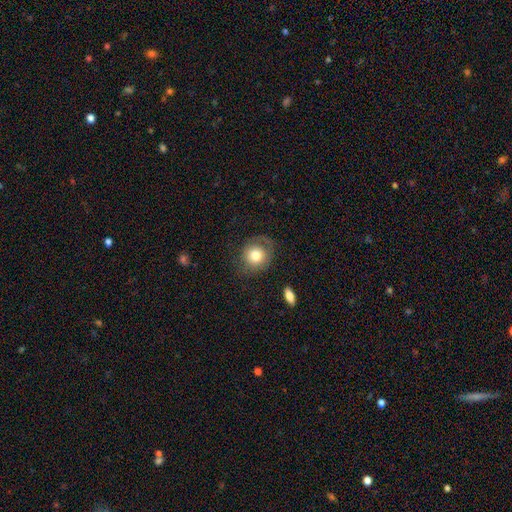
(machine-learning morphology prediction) Overall: smooth (69%). How rounded: round (79%). Merging: none (62%).